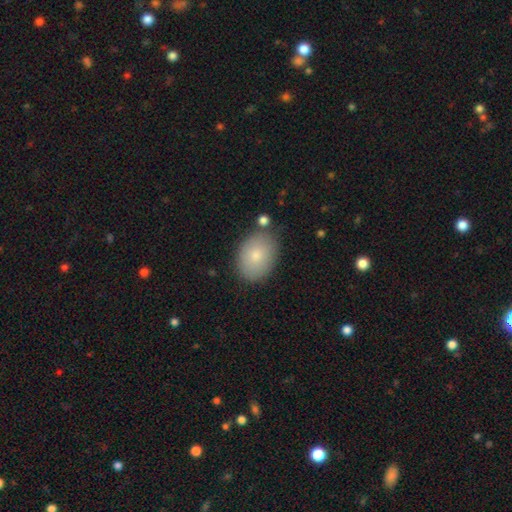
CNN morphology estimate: smooth 81%, featured or disk 13%, star or artifact 7%. Down the decision tree: how rounded — in between (78%); merging — none (79%).